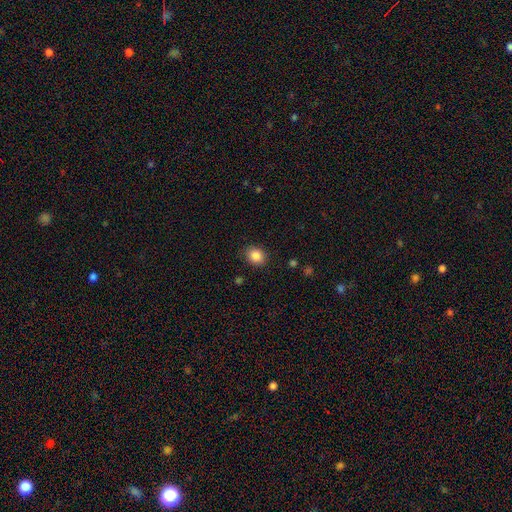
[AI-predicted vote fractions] The model was most divided on "how rounded": round: 57%, in between: 42%, cigar-shaped: 1%. More confident: merging — none (87%); smooth or featured — smooth (86%).